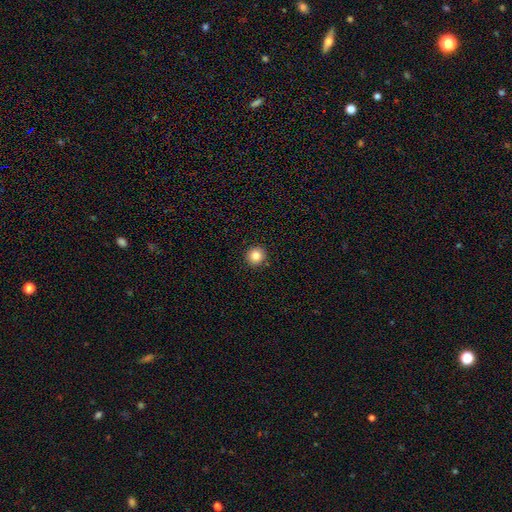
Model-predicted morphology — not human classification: smooth_or_featured: smooth (p=0.83) [alt: star or artifact p=0.11]
how_rounded: round (p=0.95) [alt: in between p=0.04]
merging: none (p=0.92) [alt: minor disturbance p=0.05]